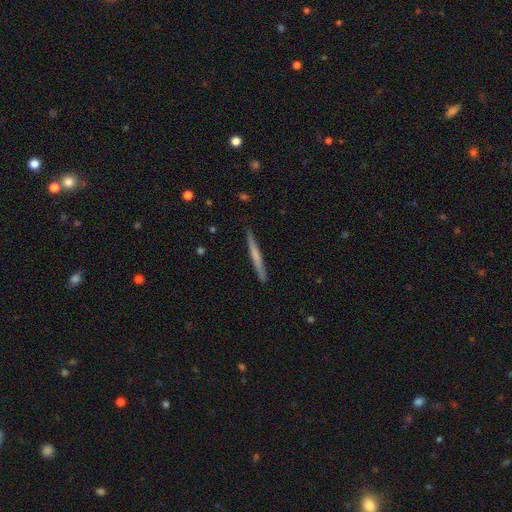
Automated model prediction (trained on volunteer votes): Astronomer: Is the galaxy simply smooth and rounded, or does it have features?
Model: smooth — 51% (runner-up: featured or disk, 43%).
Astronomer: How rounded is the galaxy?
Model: cigar-shaped — 97%.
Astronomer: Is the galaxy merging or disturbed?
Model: none — 90%.